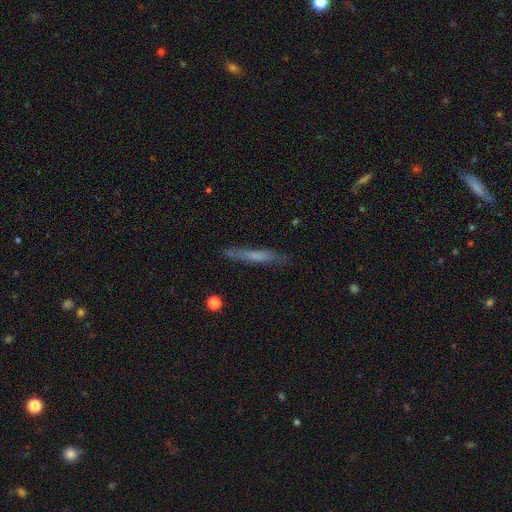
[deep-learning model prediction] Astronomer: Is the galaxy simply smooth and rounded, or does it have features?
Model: smooth — 51% (runner-up: featured or disk, 41%).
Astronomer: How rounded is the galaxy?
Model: cigar-shaped — 94%.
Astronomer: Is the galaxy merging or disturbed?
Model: none — 80%.